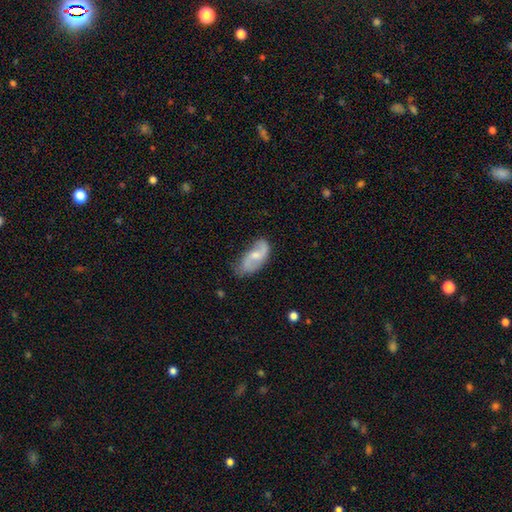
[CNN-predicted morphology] This is likely a featured or disk galaxy (70%). It is clearly not viewed edge-on (96%). Bar: possibly no (46%). Spiral arm pattern: clearly yes (92%). Spiral arm count: clearly 2 (87%). Spiral winding: possibly loose (55%). Central bulge: possibly moderate (50%). Merging: likely none (67%).